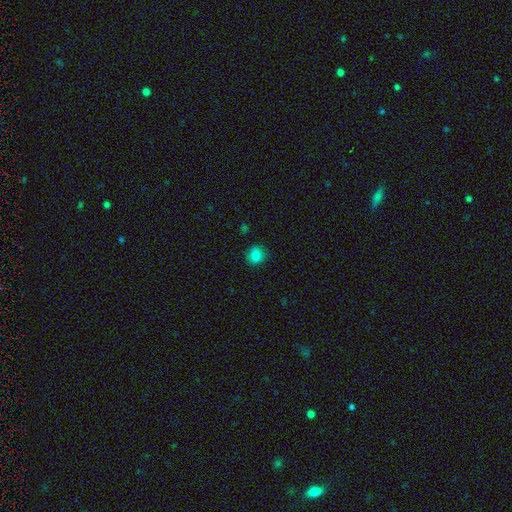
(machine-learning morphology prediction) smooth_or_featured: smooth (p=0.82) [alt: star or artifact p=0.11]
how_rounded: round (p=0.86) [alt: in between p=0.13]
merging: none (p=0.88) [alt: minor disturbance p=0.09]